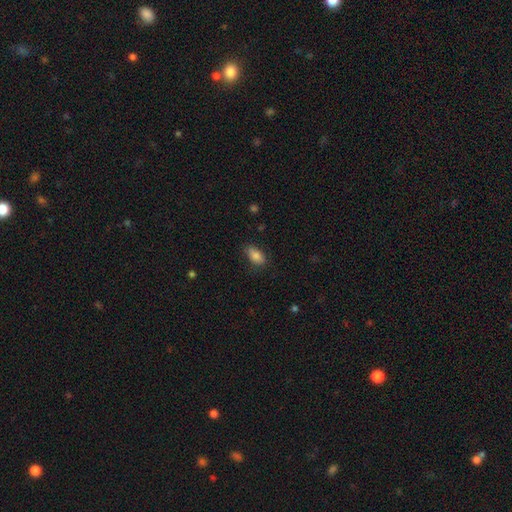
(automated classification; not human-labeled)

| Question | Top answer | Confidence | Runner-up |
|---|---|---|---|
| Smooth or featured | smooth | 84% | featured or disk (8%) |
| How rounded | in between | 91% | round (5%) |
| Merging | none | 76% | minor disturbance (19%) |